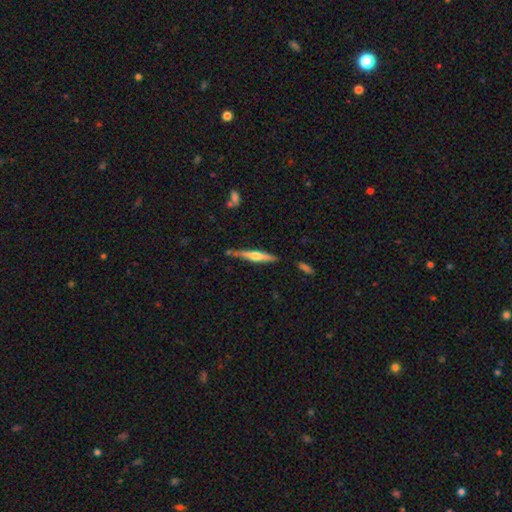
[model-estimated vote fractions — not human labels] The model was most divided on "smooth or featured": featured or disk: 58%, smooth: 36%, star or artifact: 6%. More confident: edge-on disk — yes (97%); edge-on bulge — rounded (82%); merging — none (79%).